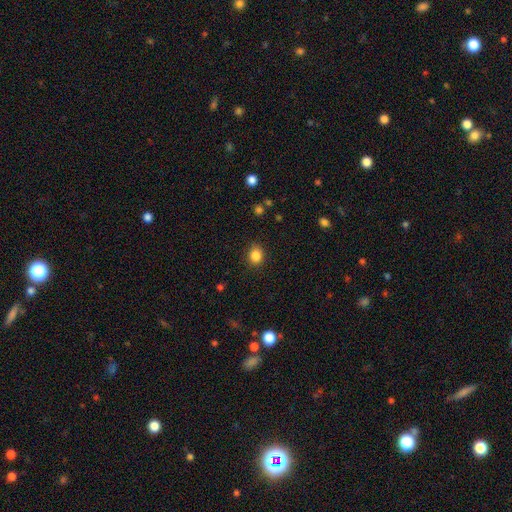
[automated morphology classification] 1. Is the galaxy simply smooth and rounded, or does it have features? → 85% smooth, 11% star or artifact, 4% featured or disk.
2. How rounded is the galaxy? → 69% round, 30% in between, 1% cigar-shaped.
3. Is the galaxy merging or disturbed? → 86% none, 11% minor disturbance, 3% major disturbance, 1% merger.